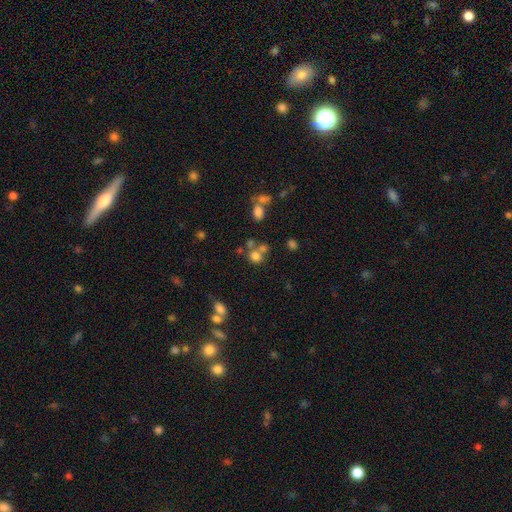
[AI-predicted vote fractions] This is likely a smooth galaxy (71%). How rounded: likely round (78%). Merging: possibly none (48%).